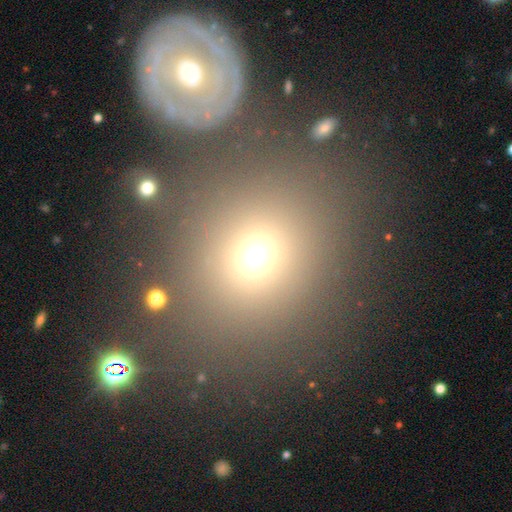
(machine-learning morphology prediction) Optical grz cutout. It shows a smooth galaxy with no disk features (68%) that is round (81%). Merging: none (69%).